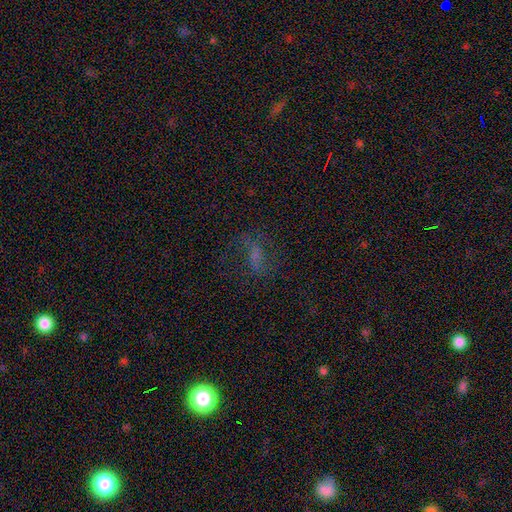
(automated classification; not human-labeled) This is marginally a featured or disk galaxy (38%). Merging: likely none (62%).